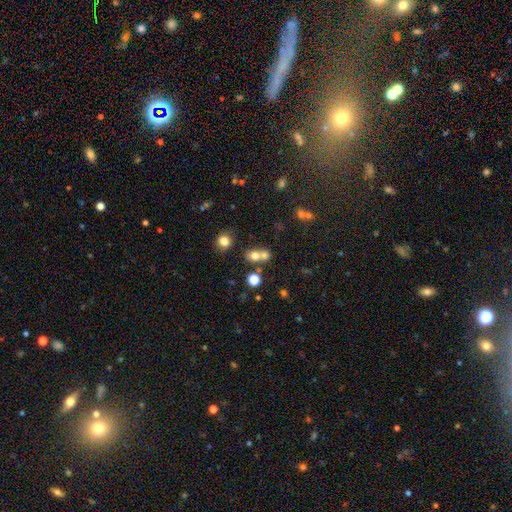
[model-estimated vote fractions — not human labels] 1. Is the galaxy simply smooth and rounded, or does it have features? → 70% smooth, 17% star or artifact, 13% featured or disk.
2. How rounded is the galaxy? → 68% round, 30% in between, 1% cigar-shaped.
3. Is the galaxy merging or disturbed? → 52% merger, 37% none, 7% minor disturbance, 4% major disturbance.